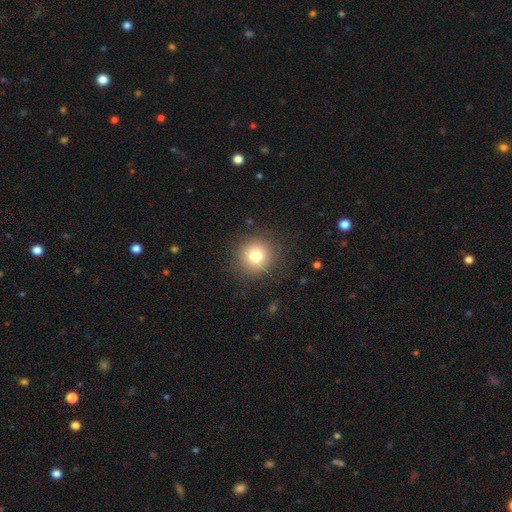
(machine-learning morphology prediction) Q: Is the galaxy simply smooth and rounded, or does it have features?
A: smooth — 78%.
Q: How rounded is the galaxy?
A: round — 93%.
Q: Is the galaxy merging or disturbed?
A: none — 87%.